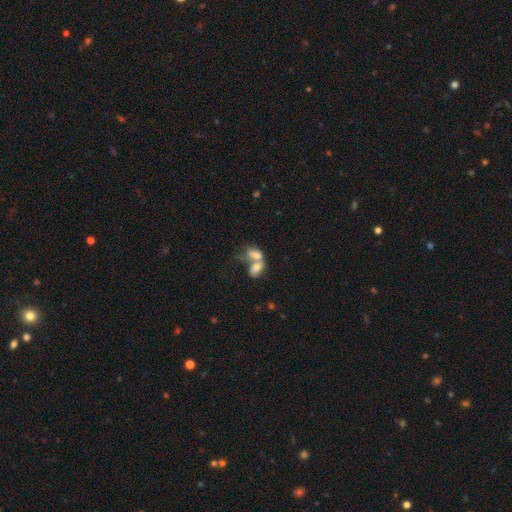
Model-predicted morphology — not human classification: This is likely a smooth galaxy (70%). How rounded: clearly in between (88%). Merging: likely merger (76%).